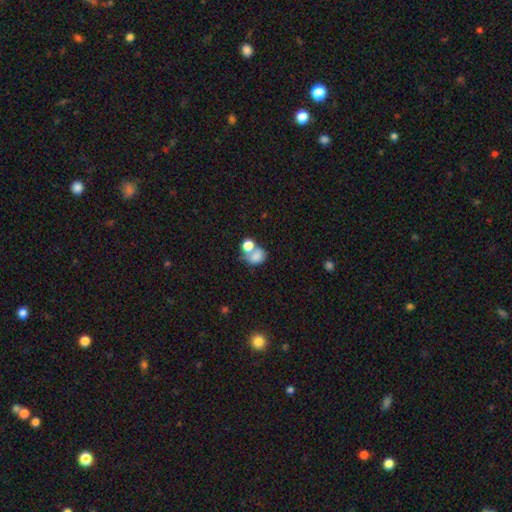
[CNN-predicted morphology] This is likely a smooth galaxy (75%). How rounded: possibly in between (50%). Merging: possibly merger (53%).